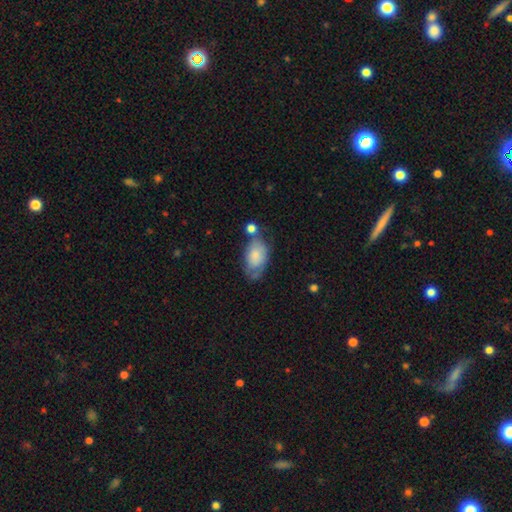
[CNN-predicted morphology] A smooth galaxy with no disk features (74%) that is in between round and cigar-shaped (92%).

Vote fractions:
- Smooth or featured? smooth: 74% / featured or disk: 19% / star or artifact: 7%
- How rounded? in between: 92% / round: 6% / cigar-shaped: 2%
- Merging? none: 41% / minor disturbance: 30% / merger: 16% / major disturbance: 13%